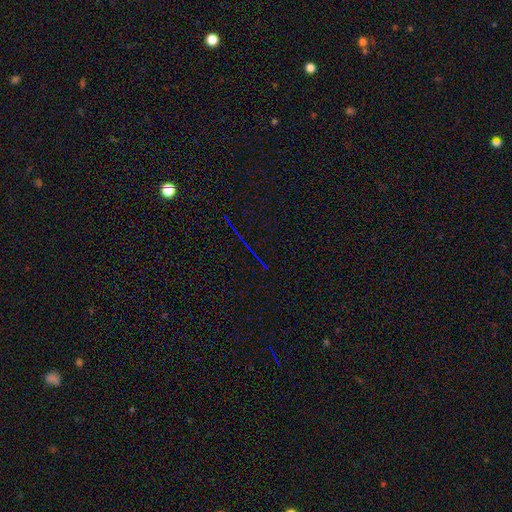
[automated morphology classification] The model was most divided on "smooth or featured": star or artifact: 79%, featured or disk: 12%, smooth: 9%.